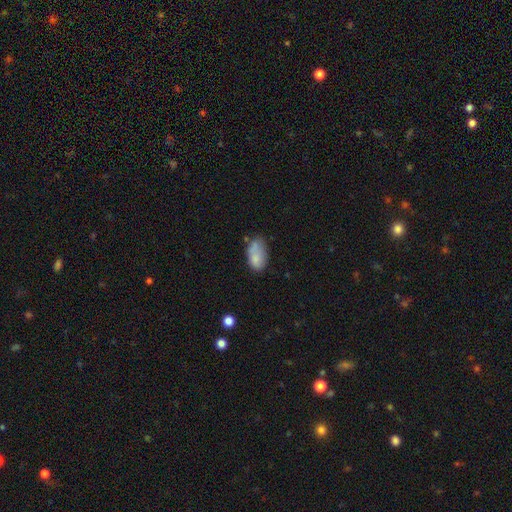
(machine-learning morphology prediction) Q: Smooth or featured?
A: smooth (76%); runner-up: featured or disk (15%)
Q: How rounded?
A: in between (93%); runner-up: round (5%)
Q: Merging?
A: none (44%); runner-up: minor disturbance (31%)